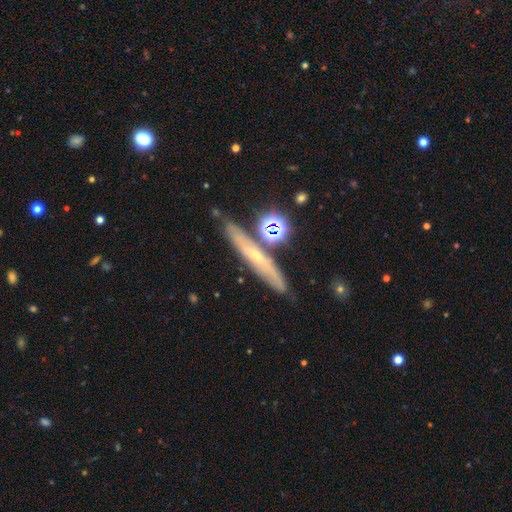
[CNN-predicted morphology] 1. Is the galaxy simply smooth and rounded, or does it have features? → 55% featured or disk, 31% smooth, 14% star or artifact.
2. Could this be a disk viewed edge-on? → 76% yes, 24% no.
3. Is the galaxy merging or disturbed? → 75% none, 14% minor disturbance, 7% merger, 4% major disturbance.